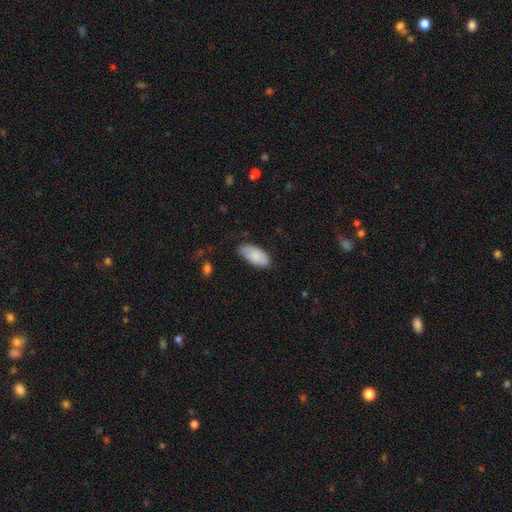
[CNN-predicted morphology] smooth-or-featured: smooth: 85% | featured or disk: 9% | star or artifact: 6%
  how-rounded: in between: 93% | cigar-shaped: 5% | round: 2%
  merging: none: 75% | minor disturbance: 20% | major disturbance: 3% | merger: 1%